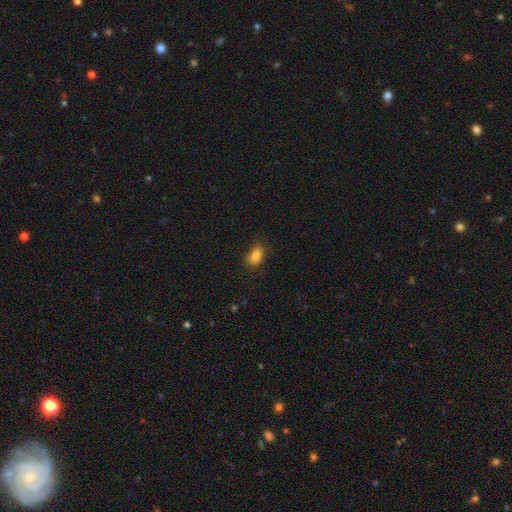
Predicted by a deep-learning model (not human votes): smooth 85%, star or artifact 10%, featured or disk 5%. Down the decision tree: how rounded — in between (81%); merging — none (78%).